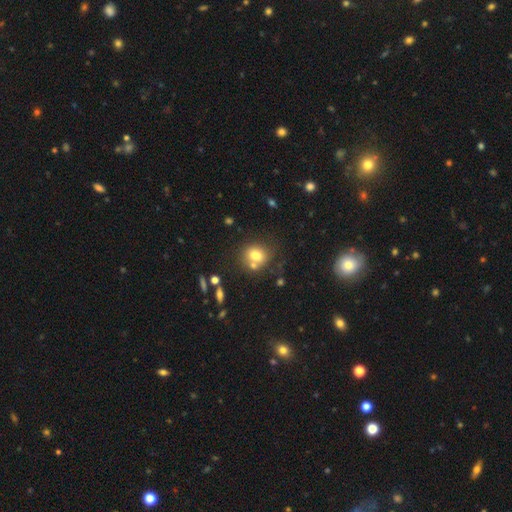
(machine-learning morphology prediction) smooth-or-featured: smooth: 74% | featured or disk: 15% | star or artifact: 12%
  how-rounded: round: 67% | in between: 32% | cigar-shaped: 1%
  merging: none: 57% | merger: 24% | minor disturbance: 14% | major disturbance: 5%